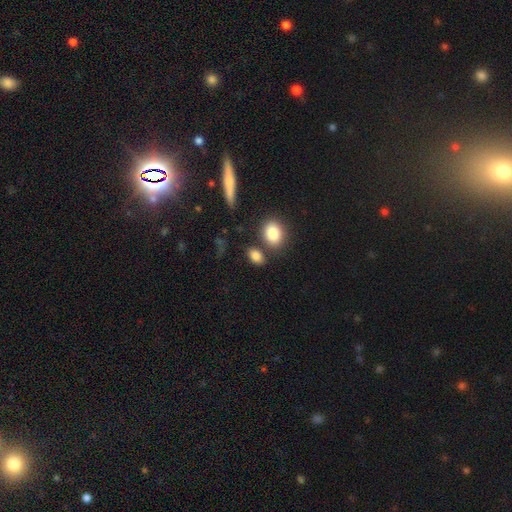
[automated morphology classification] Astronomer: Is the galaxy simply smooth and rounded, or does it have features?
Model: smooth — 84%.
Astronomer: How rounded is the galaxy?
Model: in between — 78%.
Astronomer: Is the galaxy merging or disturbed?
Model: none — 69%.